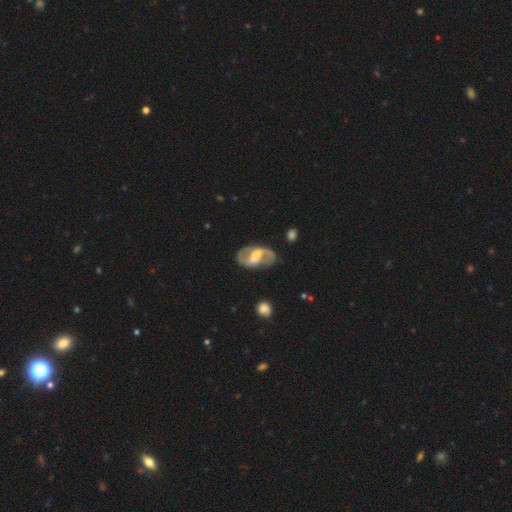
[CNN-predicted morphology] smooth_or_featured: featured or disk (p=0.82) [alt: smooth p=0.13]
disk_edge_on: no (p=0.96) [alt: yes p=0.04]
bar: strong (p=0.52) [alt: weak p=0.36]
has_spiral_arms: yes (p=0.86) [alt: no p=0.14]
spiral_winding: medium (p=0.50) [alt: loose p=0.31]
spiral_arm_count: 2 (p=0.90) [alt: can't tell p=0.05]
bulge_size: moderate (p=0.42) [alt: small p=0.23]
merging: none (p=0.77) [alt: minor disturbance p=0.14]